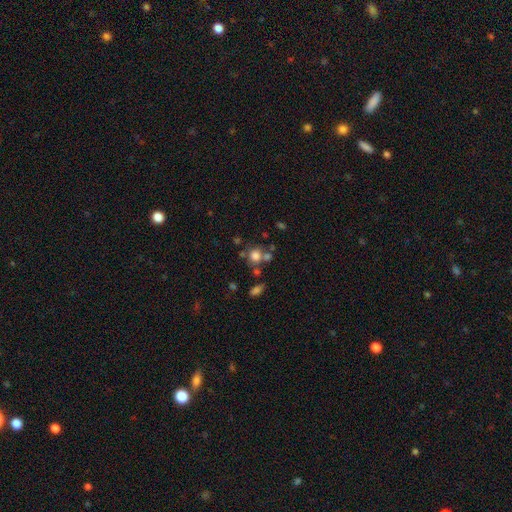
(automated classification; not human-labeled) Morphology: type=smooth (74%); roundness=round (83%); merging=none (56%).